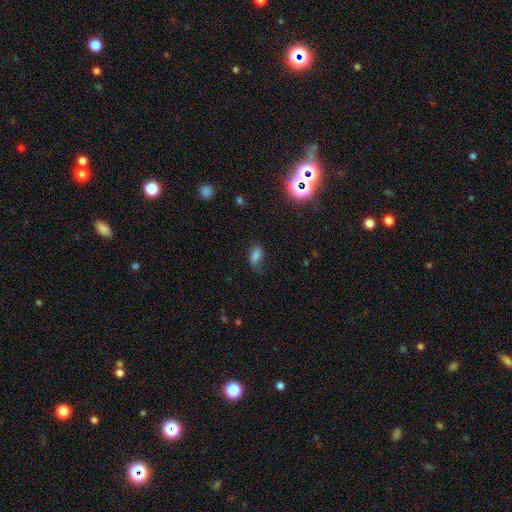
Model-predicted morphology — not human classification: A smooth galaxy with no disk features (72%) that is in between round and cigar-shaped (88%).

Vote fractions:
- Smooth or featured? smooth: 72% / star or artifact: 15% / featured or disk: 13%
- How rounded? in between: 88% / round: 9% / cigar-shaped: 3%
- Merging? none: 56% / minor disturbance: 28% / major disturbance: 14% / merger: 2%